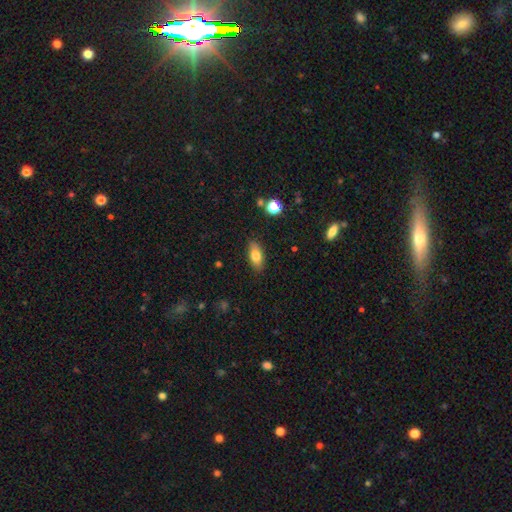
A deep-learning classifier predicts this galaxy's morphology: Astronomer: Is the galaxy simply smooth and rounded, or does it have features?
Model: smooth — 76%.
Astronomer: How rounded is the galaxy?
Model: in between — 83%.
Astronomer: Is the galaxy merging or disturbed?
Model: none — 85%.